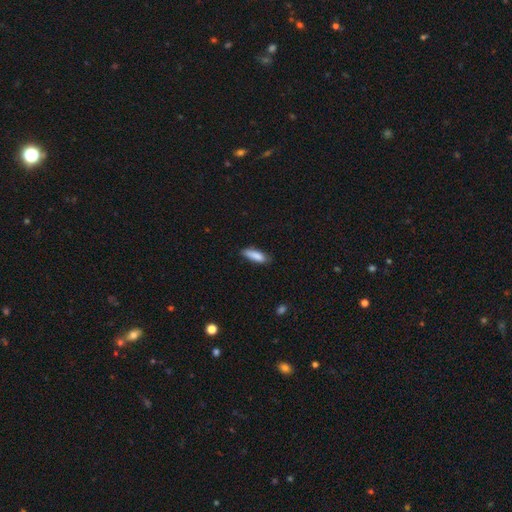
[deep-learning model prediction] smooth-or-featured: smooth: 86% | featured or disk: 8% | star or artifact: 6%
  how-rounded: cigar-shaped: 52% | in between: 46% | round: 2%
  merging: none: 77% | minor disturbance: 19% | major disturbance: 3% | merger: 1%